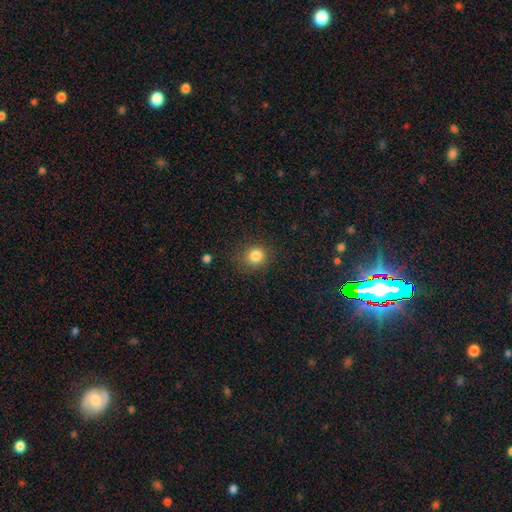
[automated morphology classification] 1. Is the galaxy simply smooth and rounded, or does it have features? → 84% smooth, 12% star or artifact, 5% featured or disk.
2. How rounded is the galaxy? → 84% round, 15% in between, 1% cigar-shaped.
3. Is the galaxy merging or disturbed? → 85% none, 10% minor disturbance, 4% major disturbance, 1% merger.